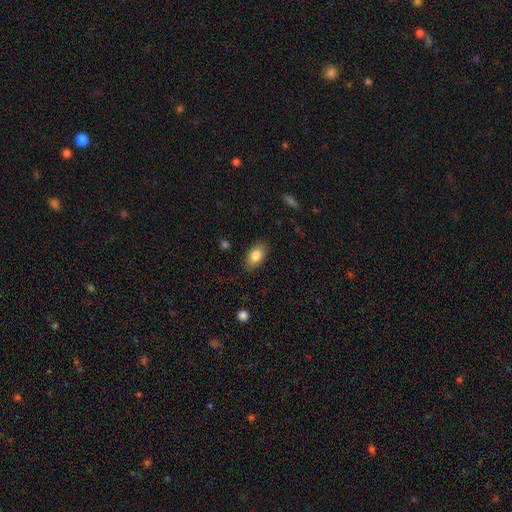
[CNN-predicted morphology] Smooth or featured: smooth — 82% (featured or disk — 10%)
How rounded: in between — 91% (round — 7%)
Merging: none — 84% (minor disturbance — 12%)